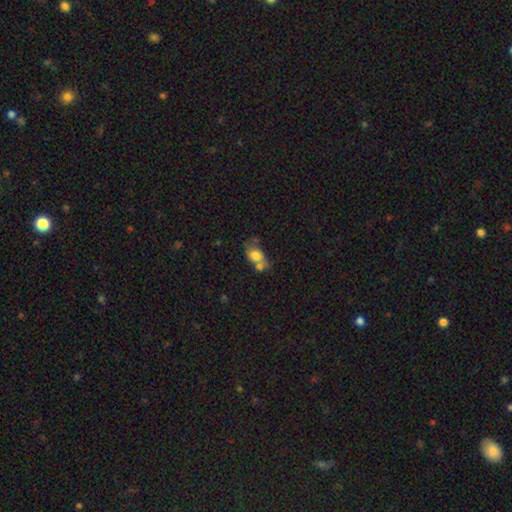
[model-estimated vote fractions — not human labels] A smooth galaxy with no disk features (74%) that is in between round and cigar-shaped (69%).

Vote fractions:
- Smooth or featured? smooth: 74% / featured or disk: 16% / star or artifact: 9%
- How rounded? in between: 69% / round: 29% / cigar-shaped: 2%
- Merging? merger: 43% / none: 33% / minor disturbance: 16% / major disturbance: 7%